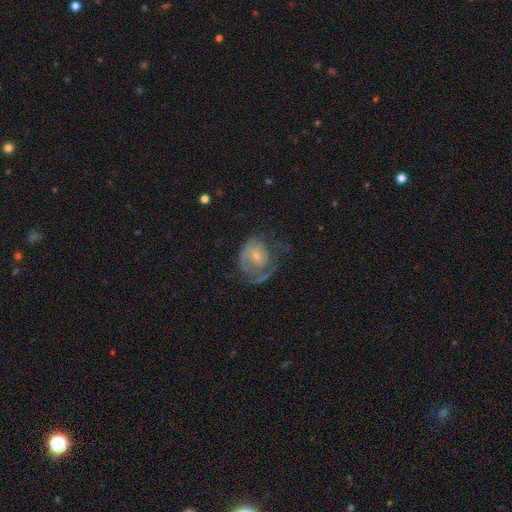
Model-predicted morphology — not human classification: A featured or disk galaxy (63%) with no bar (63%), spiral arms (66%) and a small central bulge (64%). Merging: major disturbance (38%).